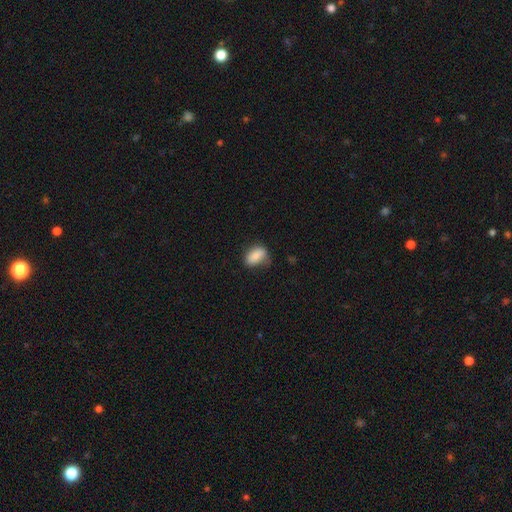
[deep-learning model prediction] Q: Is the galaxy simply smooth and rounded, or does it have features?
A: smooth — 83%.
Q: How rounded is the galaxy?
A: in between — 85%.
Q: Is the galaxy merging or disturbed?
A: none — 55%.